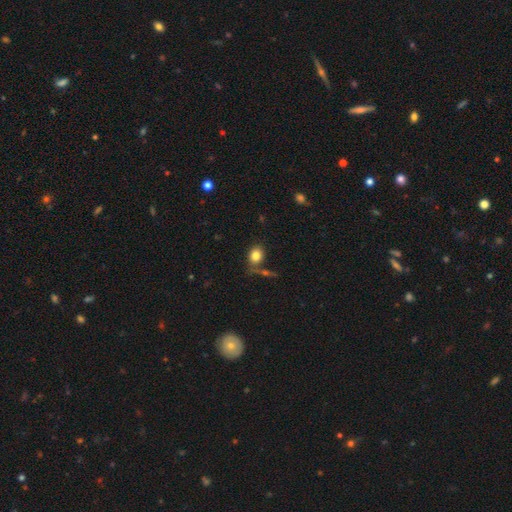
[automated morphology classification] The model was most divided on "how rounded": in between: 53%, round: 46%, cigar-shaped: 2%. More confident: smooth or featured — smooth (81%); merging — none (62%).